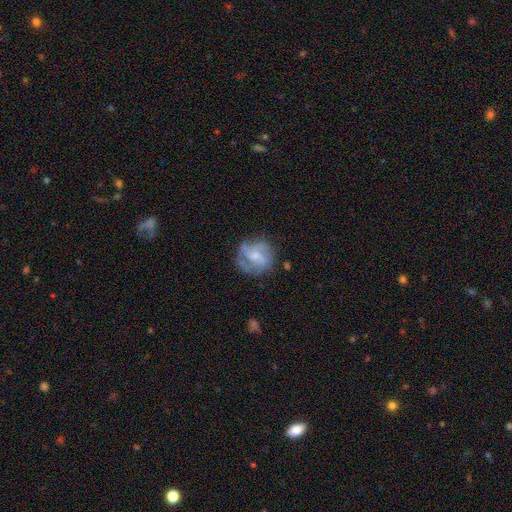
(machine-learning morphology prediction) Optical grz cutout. It shows a featured or disk galaxy (68%) with no bar (54%), 3 (31%) medium (46%) spiral arms (83%) and a small central bulge (45%). Merging: none (67%).